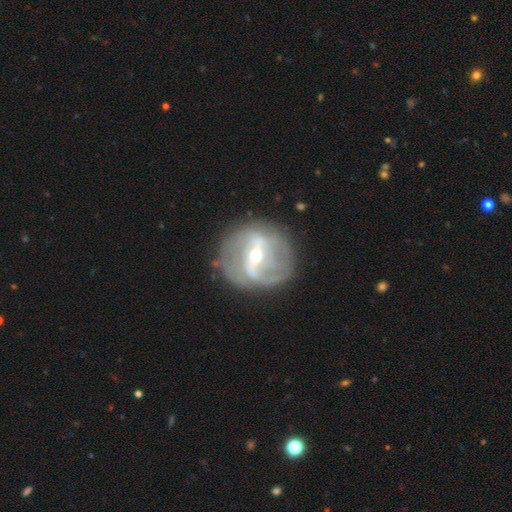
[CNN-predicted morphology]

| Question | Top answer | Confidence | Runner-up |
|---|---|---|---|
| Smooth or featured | featured or disk | 81% | smooth (12%) |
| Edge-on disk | no | 95% | yes (5%) |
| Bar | strong | 47% | weak (37%) |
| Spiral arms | yes | 79% | no (21%) |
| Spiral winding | medium | 37% | loose (32%) |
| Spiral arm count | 2 | 60% | can't tell (22%) |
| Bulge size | moderate | 49% | small (47%) |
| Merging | none | 74% | minor disturbance (15%) |